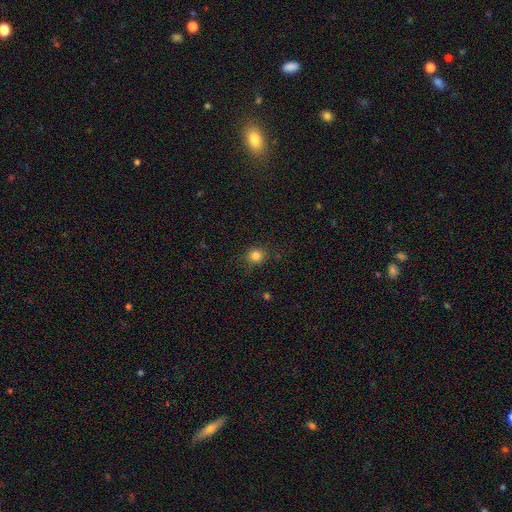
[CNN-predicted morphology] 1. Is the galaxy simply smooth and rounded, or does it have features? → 82% smooth, 13% star or artifact, 5% featured or disk.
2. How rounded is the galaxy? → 86% round, 13% in between, 1% cigar-shaped.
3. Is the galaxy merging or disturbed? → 84% none, 12% minor disturbance, 3% major disturbance, 1% merger.